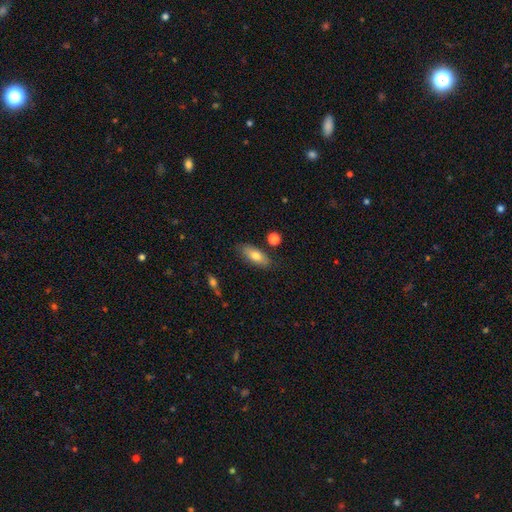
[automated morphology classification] The model was most divided on "smooth or featured": smooth: 74%, featured or disk: 19%, star or artifact: 7%. More confident: how rounded — in between (81%); merging — none (80%).